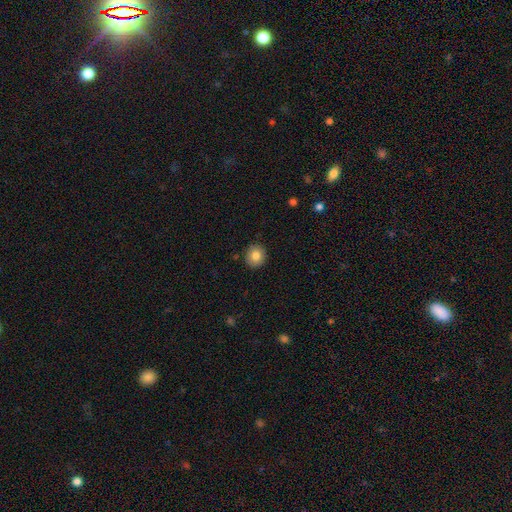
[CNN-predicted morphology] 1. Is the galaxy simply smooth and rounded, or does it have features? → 82% smooth, 9% featured or disk, 9% star or artifact.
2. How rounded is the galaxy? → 79% round, 20% in between, 1% cigar-shaped.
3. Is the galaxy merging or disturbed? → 89% none, 8% minor disturbance, 2% major disturbance, 1% merger.